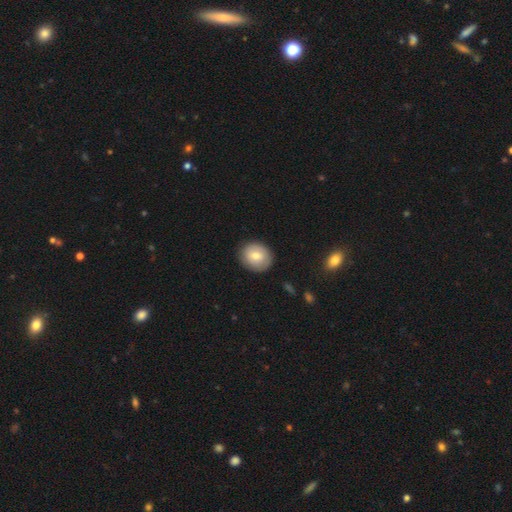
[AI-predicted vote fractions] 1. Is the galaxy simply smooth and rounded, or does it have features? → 74% smooth, 18% featured or disk, 8% star or artifact.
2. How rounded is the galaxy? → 74% round, 25% in between, 1% cigar-shaped.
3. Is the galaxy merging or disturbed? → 88% none, 8% minor disturbance, 2% major disturbance, 1% merger.